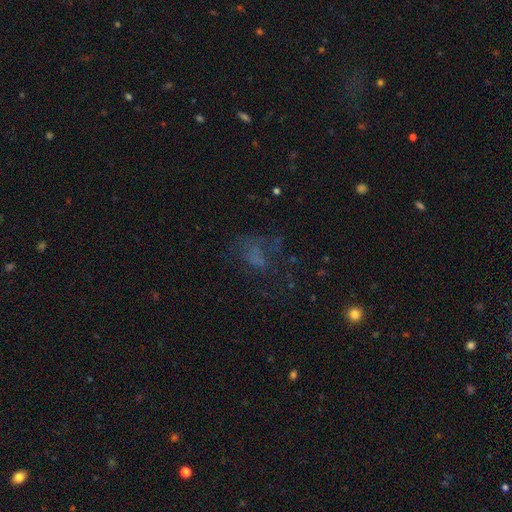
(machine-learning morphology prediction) type=smooth (37%); merging=none (40%).